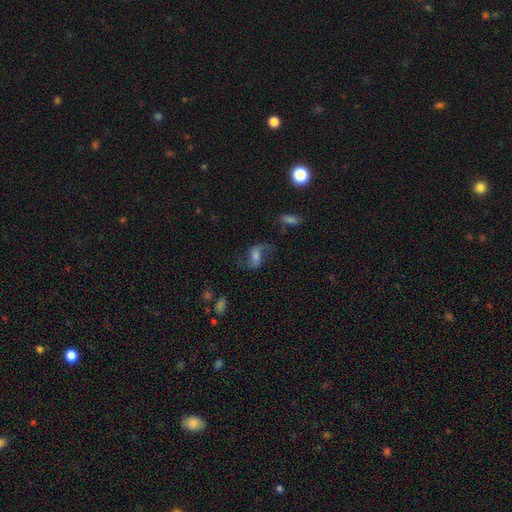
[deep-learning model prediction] A featured or disk galaxy (62%) with a weak bar (46%), 2 (87%) loose (72%) spiral arms (89%) and a moderate central bulge (37%).

Vote fractions:
- Smooth or featured? featured or disk: 62% / smooth: 27% / star or artifact: 12%
- Edge-on disk? no: 95% / yes: 5%
- Bar? weak: 46% / no: 31% / strong: 23%
- Spiral arms? yes: 89% / no: 11%
- Spiral winding? loose: 72% / medium: 23% / tight: 5%
- Spiral arm count? 2: 87% / 1: 7% / can't tell: 4% / 3: 1% / 4: 1% / more than 4: 1%
- Bulge size? moderate: 37% / small: 28% / none: 16% / large: 16% / dominant: 3%
- Merging? none: 58% / major disturbance: 19% / minor disturbance: 19% / merger: 4%